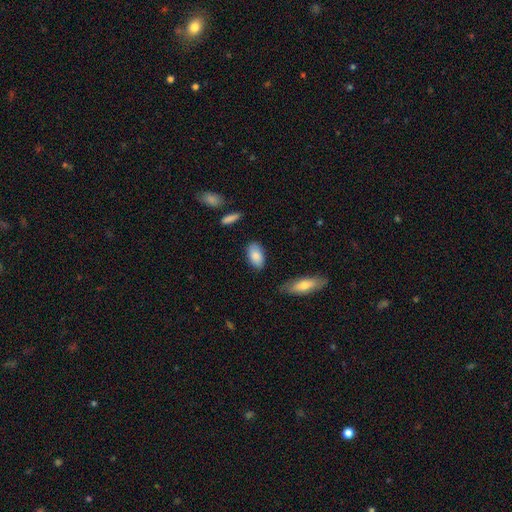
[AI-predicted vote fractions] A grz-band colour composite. It shows a smooth galaxy with no disk features (84%) that is in between round and cigar-shaped (93%). Merging: none (83%).